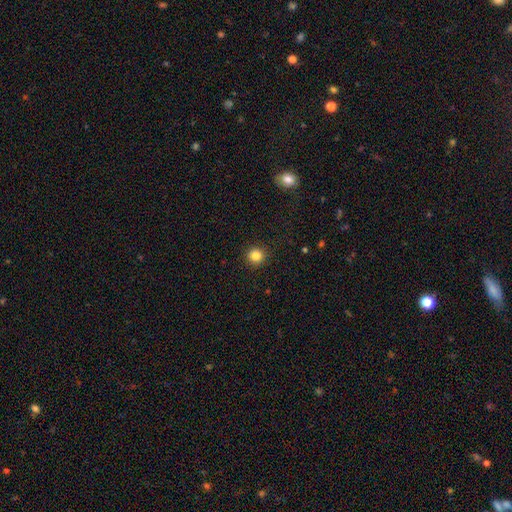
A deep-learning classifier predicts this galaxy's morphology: smooth 84%, star or artifact 11%, featured or disk 5%. Down the decision tree: how rounded — round (94%); merging — none (93%).